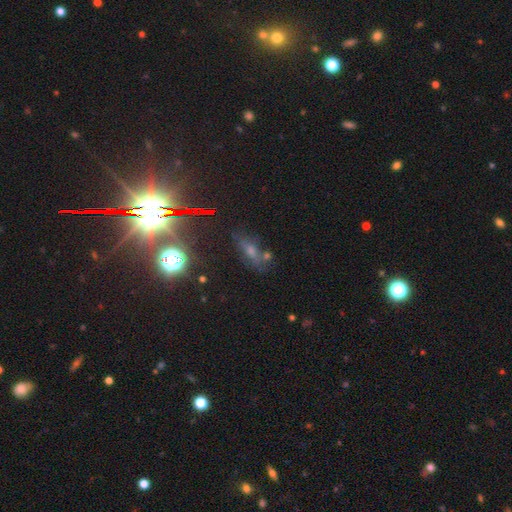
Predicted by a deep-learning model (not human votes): Smooth or featured?
  - star or artifact: 42% *
  - smooth: 30%
  - featured or disk: 27%